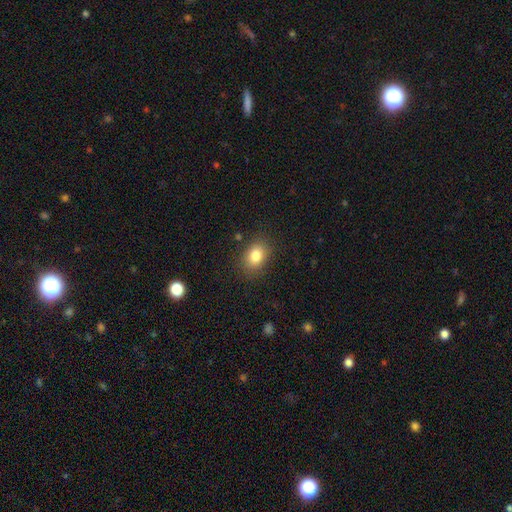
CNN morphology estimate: smooth 83%, star or artifact 9%, featured or disk 7%. Down the decision tree: how rounded — in between (71%); merging — none (84%).